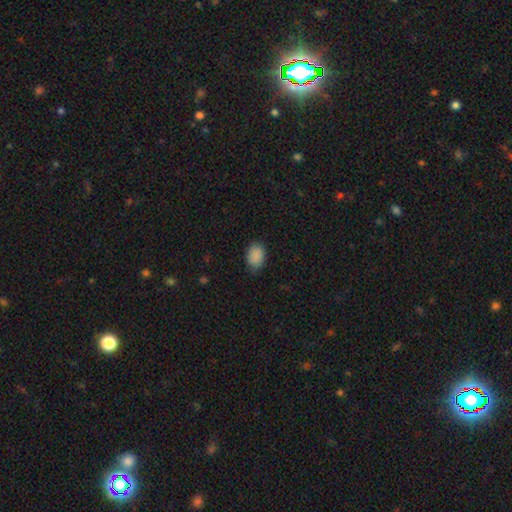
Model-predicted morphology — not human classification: Q: Smooth or featured?
A: smooth (89%); runner-up: star or artifact (8%)
Q: How rounded?
A: in between (73%); runner-up: round (26%)
Q: Merging?
A: none (79%); runner-up: minor disturbance (17%)